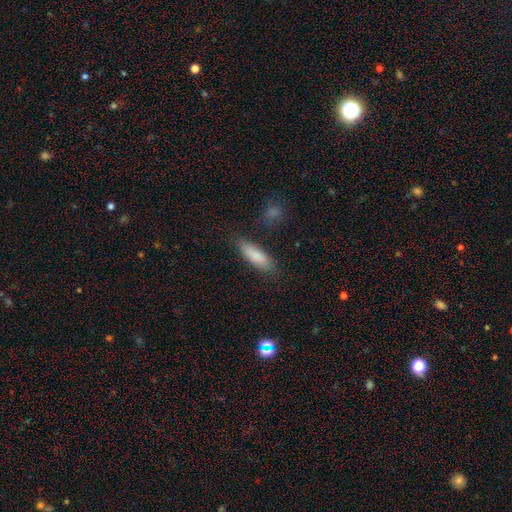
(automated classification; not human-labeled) smooth_or_featured: smooth (p=0.85) [alt: featured or disk p=0.08]
how_rounded: in between (p=0.53) [alt: cigar-shaped p=0.45]
merging: none (p=0.81) [alt: minor disturbance p=0.13]